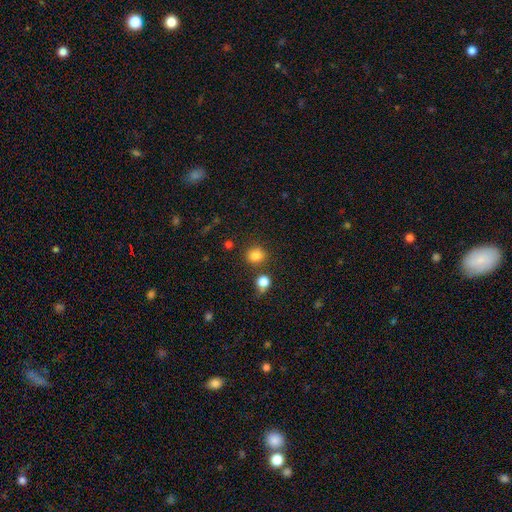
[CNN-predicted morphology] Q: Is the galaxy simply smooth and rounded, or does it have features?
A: smooth — 82%.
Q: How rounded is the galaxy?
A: round — 77%.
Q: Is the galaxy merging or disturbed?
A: none — 76%.